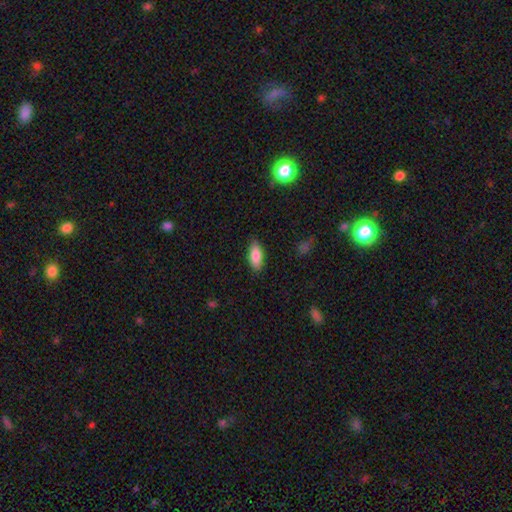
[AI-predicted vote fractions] Smooth or featured?
  - smooth: 84% *
  - featured or disk: 10%
  - star or artifact: 6%
How rounded?
  - in between: 79% *
  - cigar-shaped: 19%
  - round: 2%
Merging?
  - none: 87% *
  - minor disturbance: 10%
  - major disturbance: 2%
  - merger: 1%